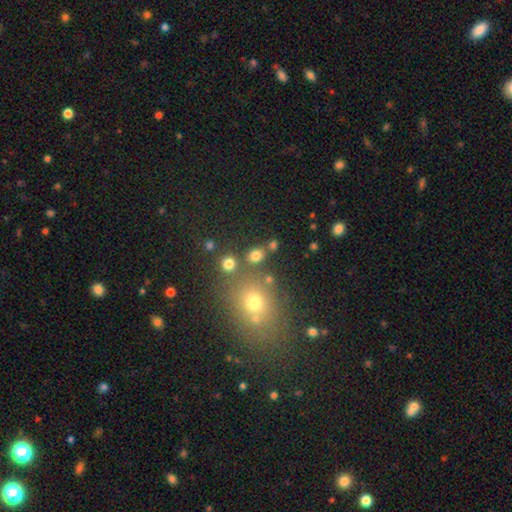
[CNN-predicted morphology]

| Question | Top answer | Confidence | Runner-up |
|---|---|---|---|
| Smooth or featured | smooth | 76% | star or artifact (16%) |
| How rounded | round | 57% | in between (41%) |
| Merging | none | 72% | merger (14%) |